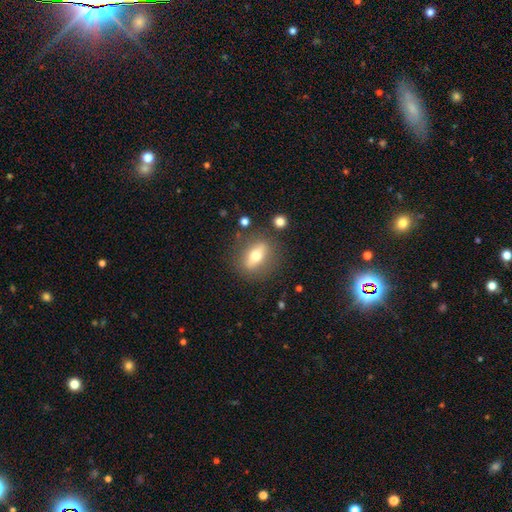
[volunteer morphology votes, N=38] smooth_or_featured: smooth (p=0.63) [alt: featured or disk p=0.32]
how_rounded: in between (p=0.75) [alt: round p=0.17]
merging: none (p=0.86) [alt: major disturbance p=0.08]